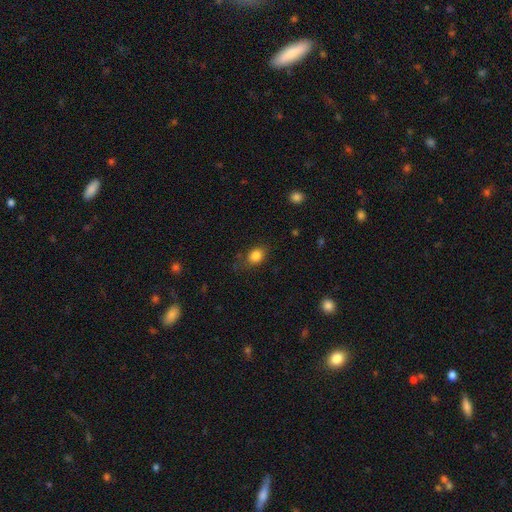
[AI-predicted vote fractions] smooth_or_featured: smooth (p=0.84) [alt: star or artifact p=0.10]
how_rounded: in between (p=0.62) [alt: round p=0.37]
merging: none (p=0.73) [alt: minor disturbance p=0.19]